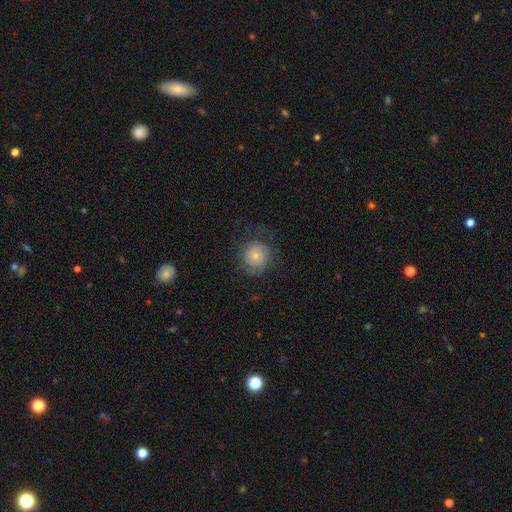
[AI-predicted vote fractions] Q: Smooth or featured?
A: smooth (65%); runner-up: featured or disk (27%)
Q: How rounded?
A: round (90%); runner-up: in between (9%)
Q: Merging?
A: none (68%); runner-up: minor disturbance (19%)